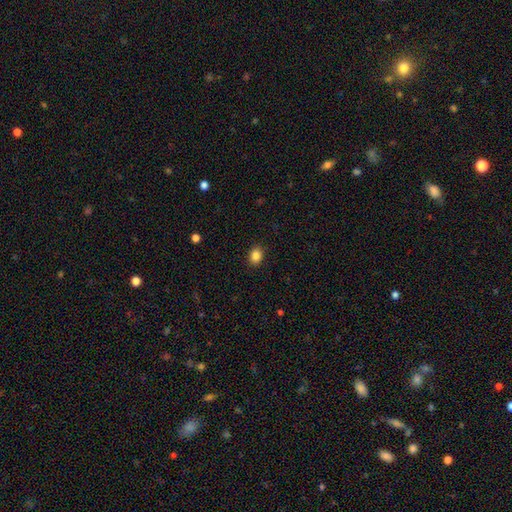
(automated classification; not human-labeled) Morphology: type=smooth (86%); roundness=in between (51%); merging=none (90%).